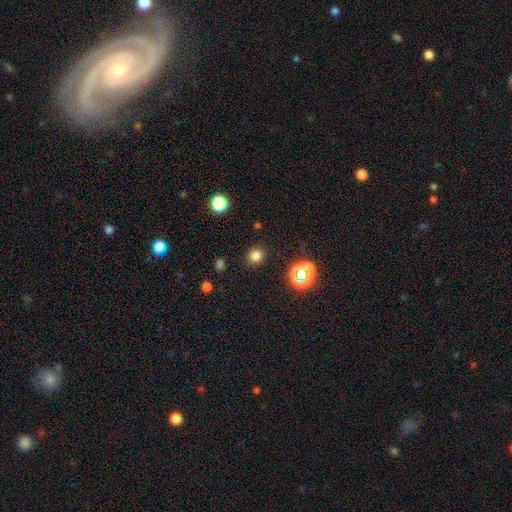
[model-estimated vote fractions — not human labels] This appears to be a smooth galaxy with no disk features (78%) that is round (87%). Merging: none (88%).